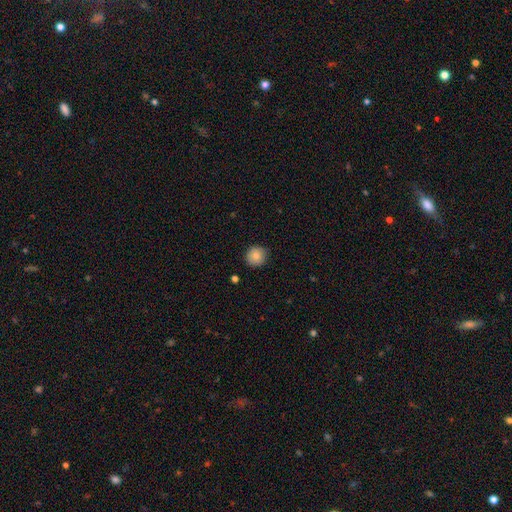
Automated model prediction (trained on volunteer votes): A smooth galaxy with no disk features (83%) that is round (91%).

Vote fractions:
- Smooth or featured? smooth: 83% / star or artifact: 9% / featured or disk: 8%
- How rounded? round: 91% / in between: 8% / cigar-shaped: 1%
- Merging? none: 86% / minor disturbance: 11% / major disturbance: 2% / merger: 1%